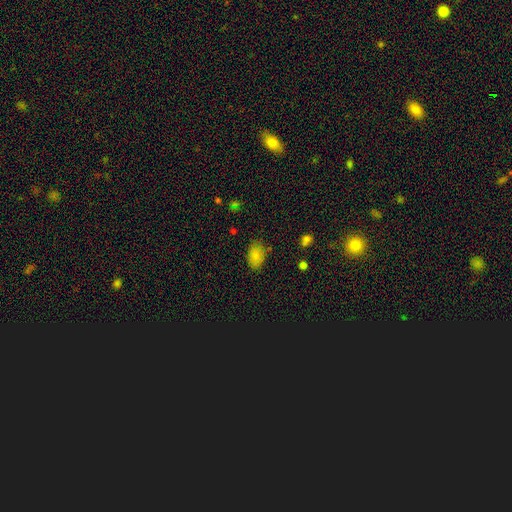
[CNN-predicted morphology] The model was most divided on "merging": none: 81%, minor disturbance: 14%, major disturbance: 3%, merger: 2%. More confident: how rounded — in between (87%); smooth or featured — smooth (82%).